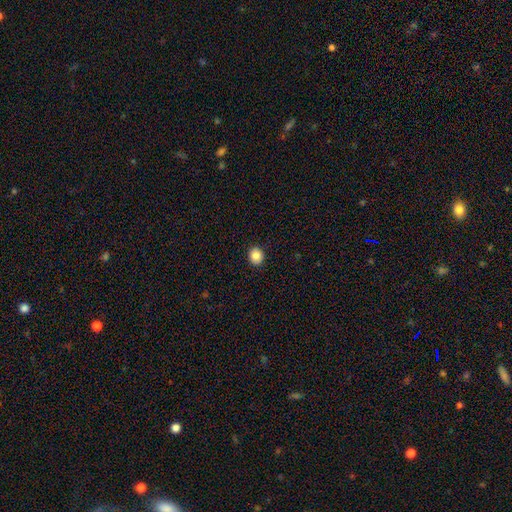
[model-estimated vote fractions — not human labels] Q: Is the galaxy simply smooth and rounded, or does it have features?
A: smooth — 85%.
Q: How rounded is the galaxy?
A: round — 74%.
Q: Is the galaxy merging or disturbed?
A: none — 92%.